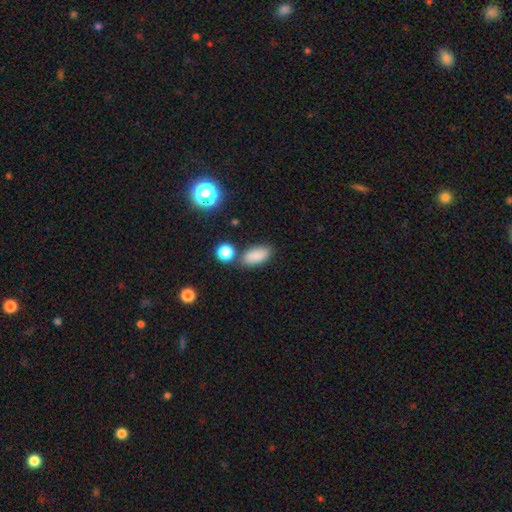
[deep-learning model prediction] Smooth or featured: smooth — 85% (star or artifact — 10%)
How rounded: in between — 88% (cigar-shaped — 7%)
Merging: none — 76% (minor disturbance — 12%)